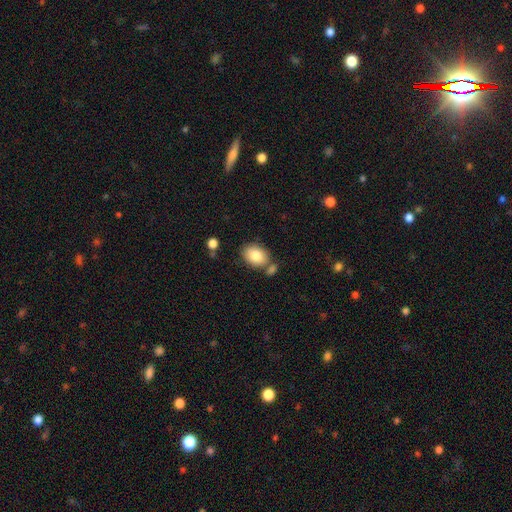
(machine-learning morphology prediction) Smooth or featured? Predicted: smooth (p=0.83). How rounded? Predicted: in between (p=0.71). Merging? Predicted: none (p=0.68).